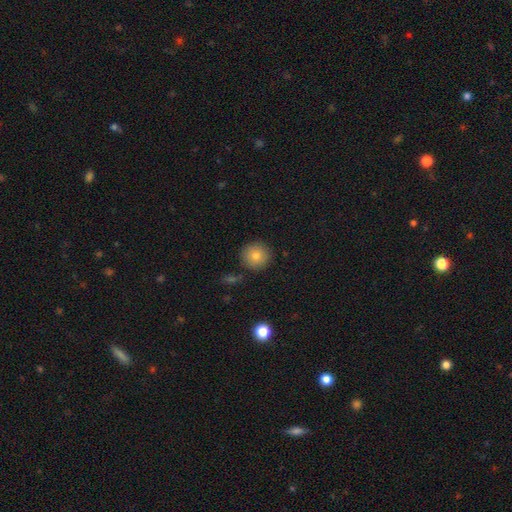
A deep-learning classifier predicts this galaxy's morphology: This appears to be a smooth galaxy with no disk features (82%) that is round (94%). Merging: none (89%).